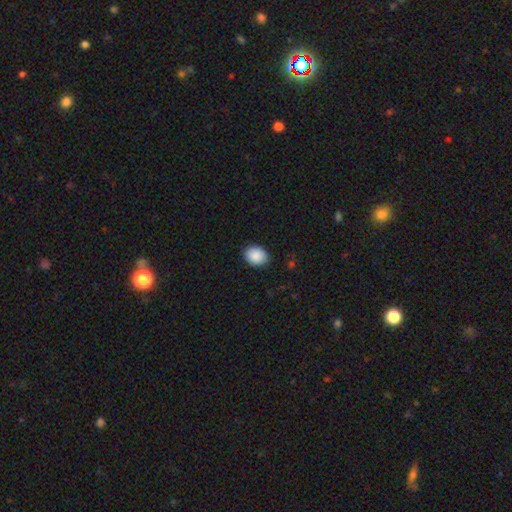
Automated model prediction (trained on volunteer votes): This is clearly a smooth galaxy (90%). How rounded: possibly in between (59%). Merging: clearly none (88%).